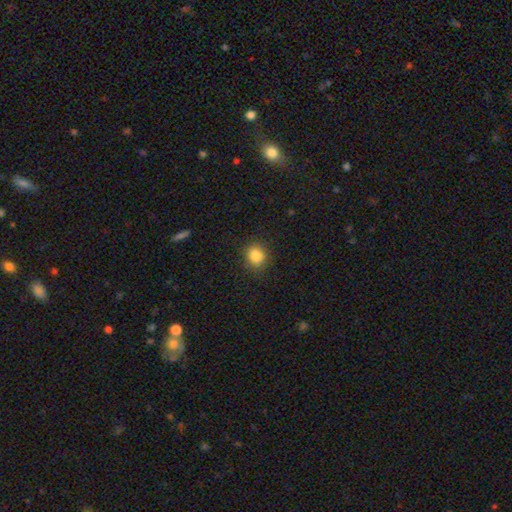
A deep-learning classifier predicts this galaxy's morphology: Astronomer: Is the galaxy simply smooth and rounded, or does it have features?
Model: smooth — 84%.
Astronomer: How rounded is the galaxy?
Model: round — 76%.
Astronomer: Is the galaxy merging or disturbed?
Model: none — 87%.